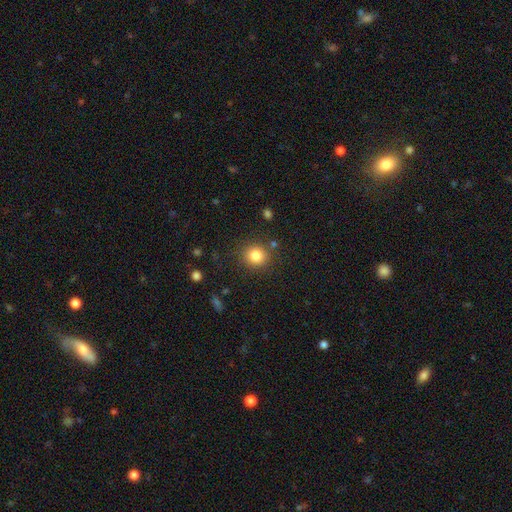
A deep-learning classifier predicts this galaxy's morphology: Smooth or featured? smooth (83%)
How rounded? round (88%)
Merging? none (85%)